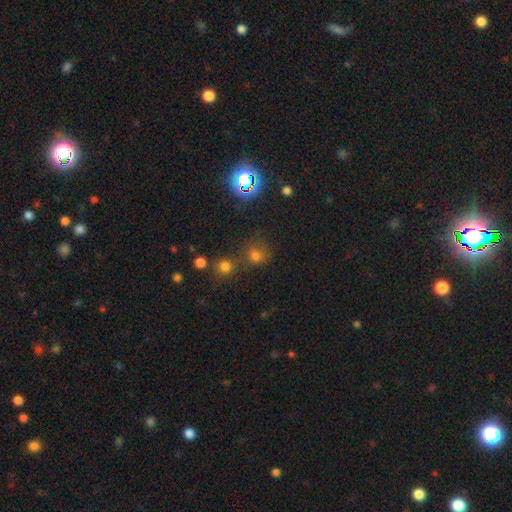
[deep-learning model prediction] Smooth or featured: smooth — 64% (star or artifact — 28%)
How rounded: round — 77% (in between — 22%)
Merging: none — 55% (merger — 25%)